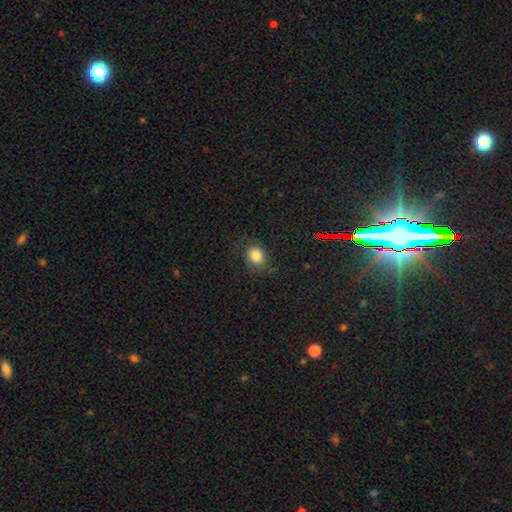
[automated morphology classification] Overall: smooth (76%). How rounded: in between (57%; round 41%). Merging: none (67%).